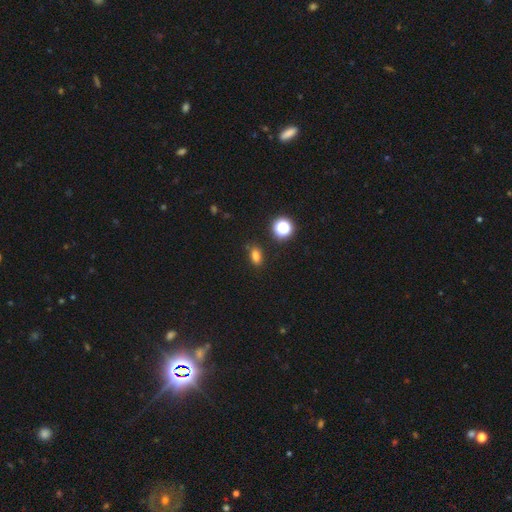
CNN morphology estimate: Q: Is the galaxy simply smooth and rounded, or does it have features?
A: smooth — 77%.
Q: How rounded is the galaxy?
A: in between — 76%.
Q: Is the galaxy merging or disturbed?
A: none — 80%.